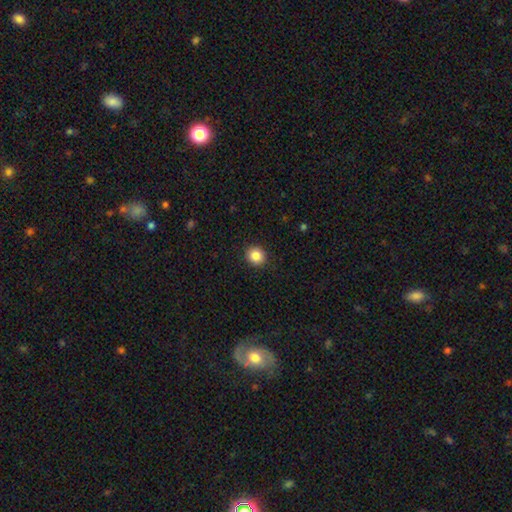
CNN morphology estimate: Smooth or featured: smooth — 86% (star or artifact — 10%)
How rounded: round — 86% (in between — 14%)
Merging: none — 92% (minor disturbance — 6%)